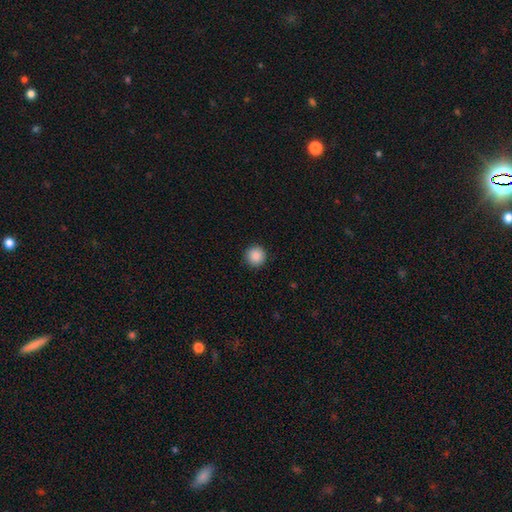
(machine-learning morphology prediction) Smooth or featured?
  - smooth: 89% *
  - star or artifact: 9%
  - featured or disk: 3%
How rounded?
  - round: 96% *
  - in between: 3%
  - cigar-shaped: 1%
Merging?
  - none: 93% *
  - minor disturbance: 5%
  - major disturbance: 2%
  - merger: 1%